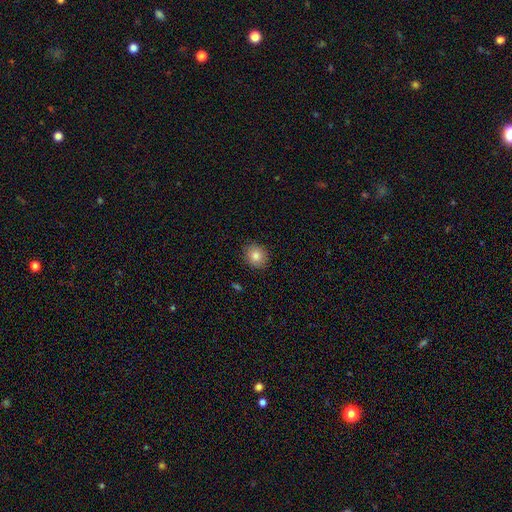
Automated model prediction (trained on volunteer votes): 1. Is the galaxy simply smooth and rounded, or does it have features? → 83% smooth, 9% star or artifact, 7% featured or disk.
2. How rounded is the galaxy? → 74% round, 25% in between, 1% cigar-shaped.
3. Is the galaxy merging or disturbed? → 89% none, 8% minor disturbance, 2% major disturbance, 1% merger.